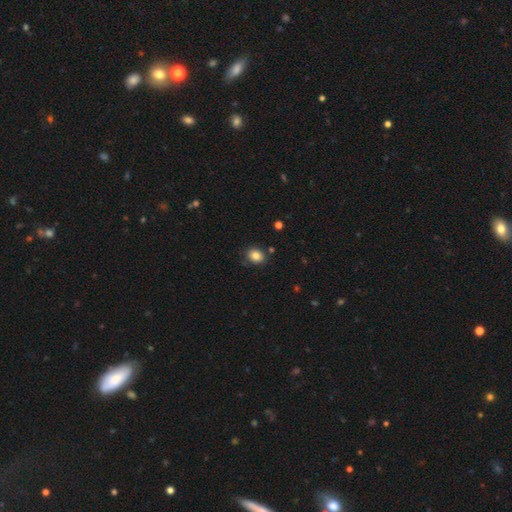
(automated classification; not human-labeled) Overall: smooth (84%). How rounded: round (58%; in between 41%). Merging: none (82%).